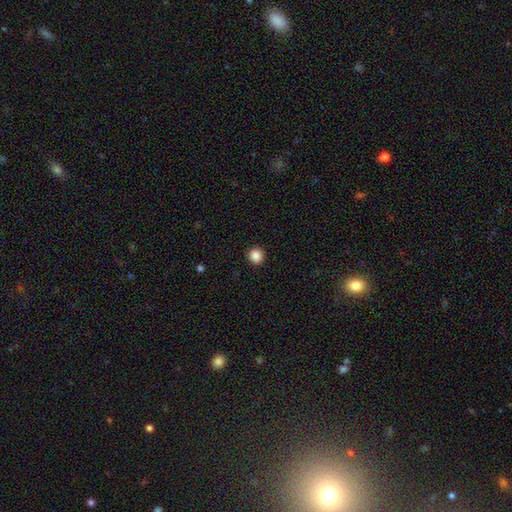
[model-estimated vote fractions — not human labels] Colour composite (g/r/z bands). It shows a smooth galaxy with no disk features (87%) that is round (94%). Merging: none (93%).